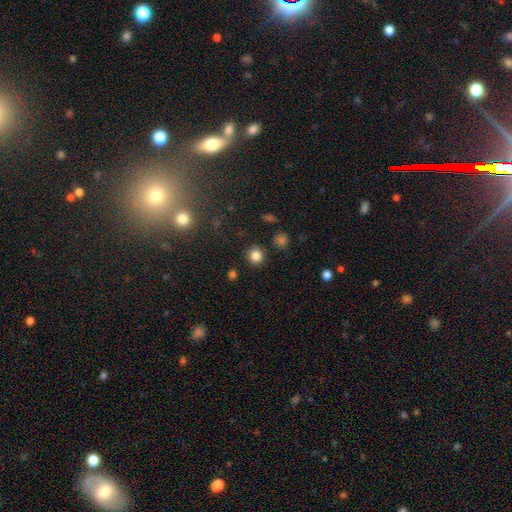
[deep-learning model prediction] Smooth or featured?
  - smooth: 83% *
  - star or artifact: 12%
  - featured or disk: 5%
How rounded?
  - round: 89% *
  - in between: 10%
  - cigar-shaped: 1%
Merging?
  - none: 89% *
  - minor disturbance: 6%
  - major disturbance: 2%
  - merger: 2%